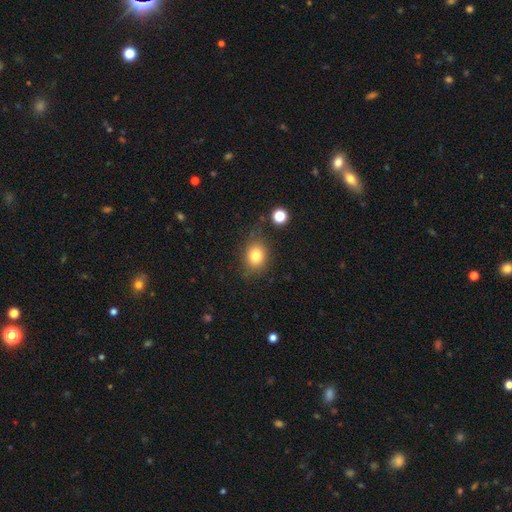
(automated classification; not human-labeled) Overall: smooth (81%). How rounded: round (55%; in between 44%). Merging: none (75%).